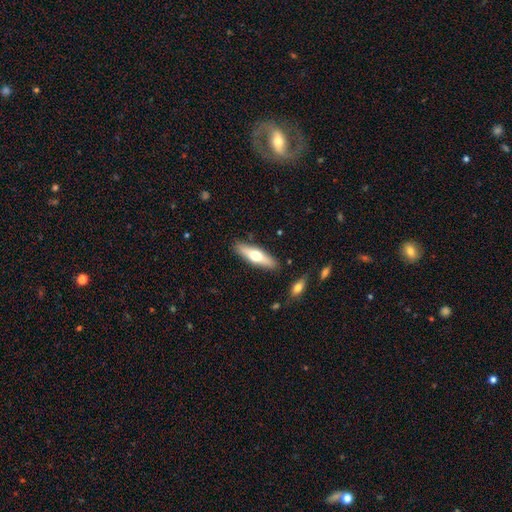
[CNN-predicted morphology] type=smooth (49%); merging=none (87%).